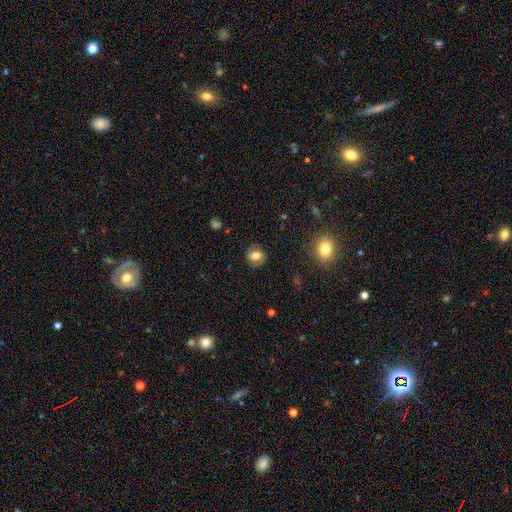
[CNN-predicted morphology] Smooth or featured? smooth (61%)
How rounded? round (54%)
Merging? none (78%)